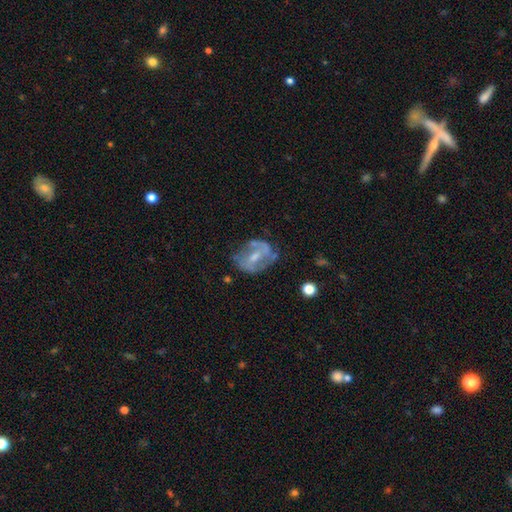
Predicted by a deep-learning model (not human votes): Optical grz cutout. It shows a featured or disk galaxy (72%) with a weak bar (43%), spiral arms (65%) and a moderate central bulge (50%). Merging: none (54%).